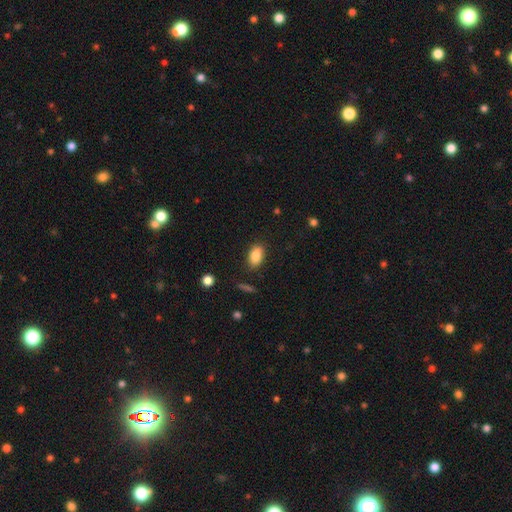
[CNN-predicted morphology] type=smooth (85%); roundness=in between (88%); merging=none (83%).